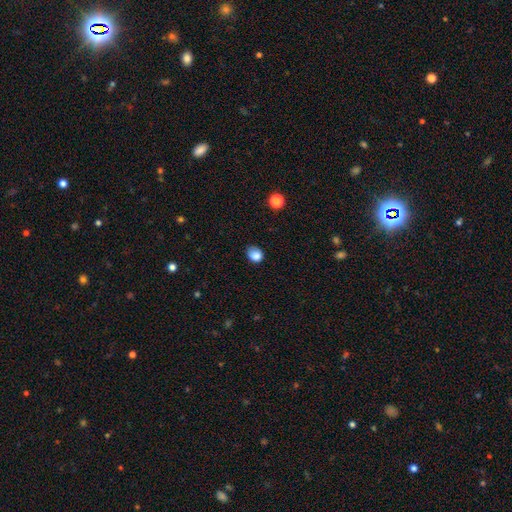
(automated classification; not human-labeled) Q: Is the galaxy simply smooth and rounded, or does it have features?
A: smooth — 84%.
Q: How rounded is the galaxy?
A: round — 57%.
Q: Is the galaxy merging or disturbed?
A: none — 66%.